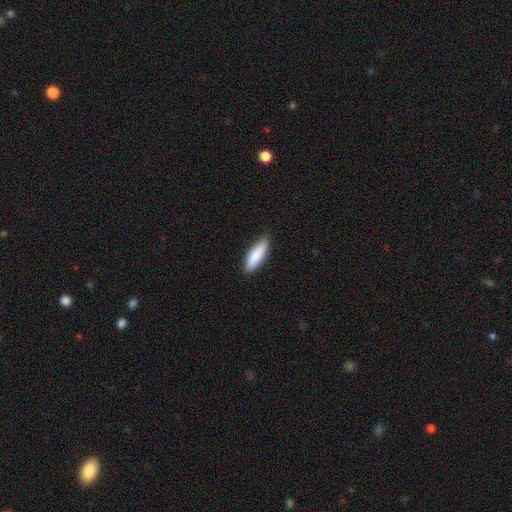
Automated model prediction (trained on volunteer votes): smooth_or_featured: smooth (p=0.86) [alt: featured or disk p=0.09]
how_rounded: cigar-shaped (p=0.58) [alt: in between p=0.41]
merging: none (p=0.85) [alt: minor disturbance p=0.12]